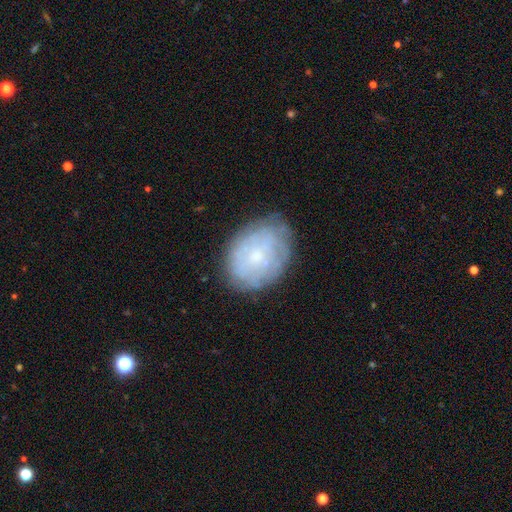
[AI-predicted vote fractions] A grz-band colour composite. It shows a featured or disk galaxy (47%). Merging: none (74%).